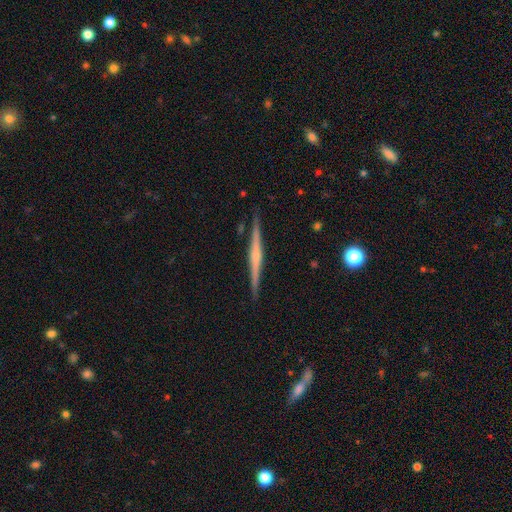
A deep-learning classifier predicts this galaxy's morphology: smooth-or-featured: featured or disk: 77% | smooth: 18% | star or artifact: 5%
  disk-edge-on: yes: 98% | no: 2%
    edge-on-bulge: rounded: 62% | none: 25% | boxy: 13%
  merging: none: 91% | minor disturbance: 6% | major disturbance: 1% | merger: 1%